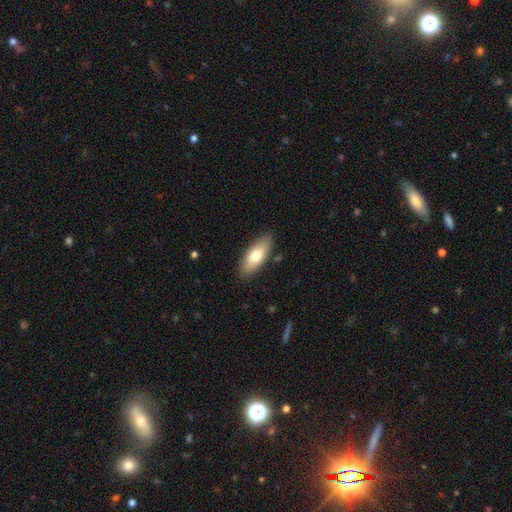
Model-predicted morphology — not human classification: smooth-or-featured: smooth: 73% | featured or disk: 21% | star or artifact: 6%
  how-rounded: in between: 78% | cigar-shaped: 20% | round: 2%
  merging: none: 86% | minor disturbance: 11% | major disturbance: 2% | merger: 1%